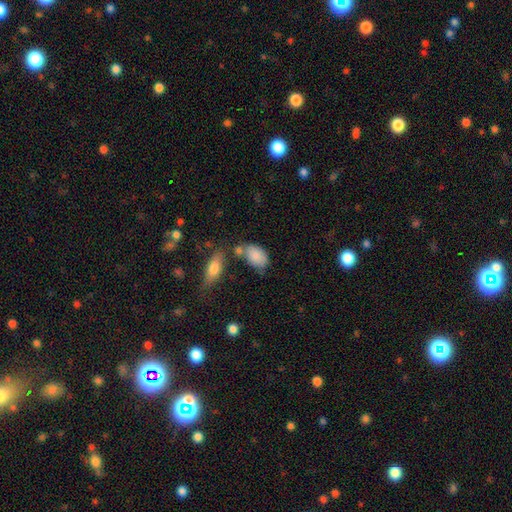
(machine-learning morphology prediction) This is clearly a smooth galaxy (85%). How rounded: clearly in between (89%). Merging: possibly none (48%).